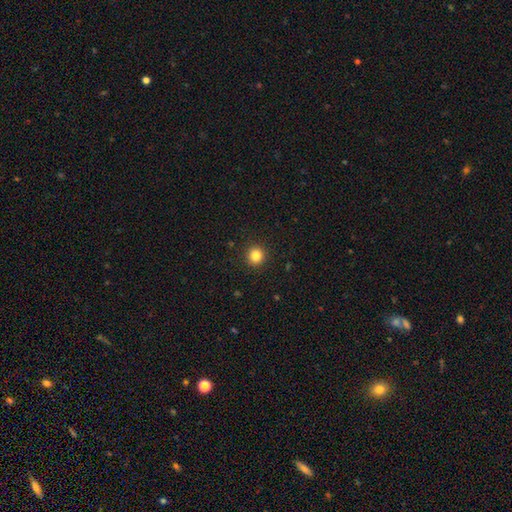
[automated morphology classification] smooth 84%, star or artifact 12%, featured or disk 5%. Down the decision tree: how rounded — round (93%); merging — none (92%).